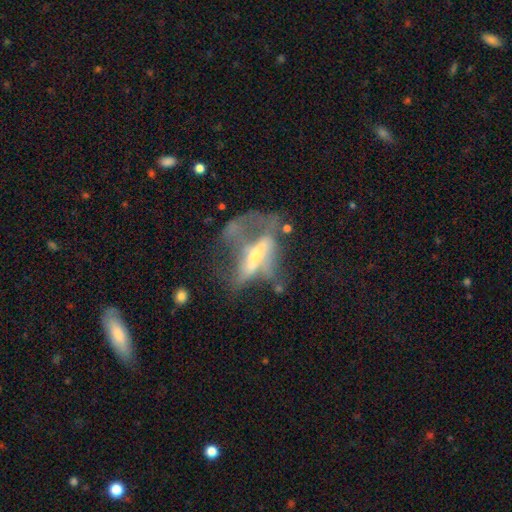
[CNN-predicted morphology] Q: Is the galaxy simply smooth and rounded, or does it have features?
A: featured or disk — 64%.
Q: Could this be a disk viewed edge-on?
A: no — 64%.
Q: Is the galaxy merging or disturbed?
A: major disturbance — 50%.